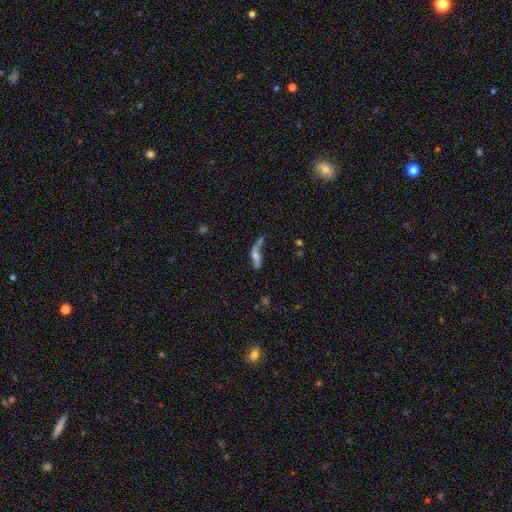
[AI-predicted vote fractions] Morphology: type=featured or disk (52%); edge-on=no (71%); merging=merger (31%).